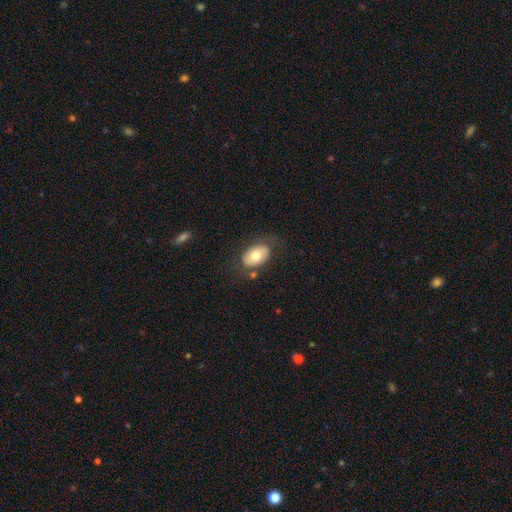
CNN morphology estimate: Smooth or featured: smooth — 67% (featured or disk — 26%)
How rounded: in between — 88% (round — 11%)
Merging: none — 70% (minor disturbance — 18%)